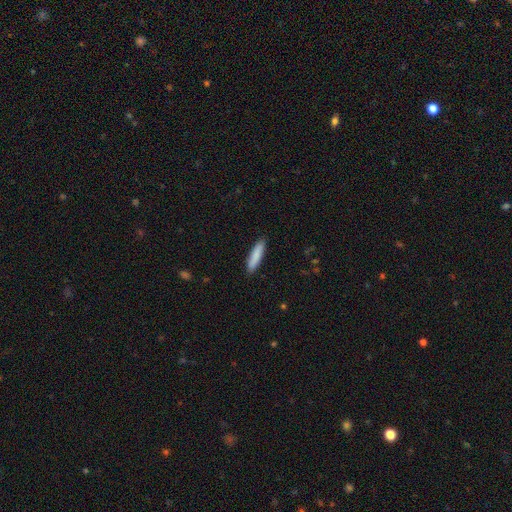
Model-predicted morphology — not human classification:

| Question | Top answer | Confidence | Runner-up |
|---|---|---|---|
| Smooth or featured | smooth | 87% | featured or disk (8%) |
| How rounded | cigar-shaped | 81% | in between (18%) |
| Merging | none | 89% | minor disturbance (8%) |